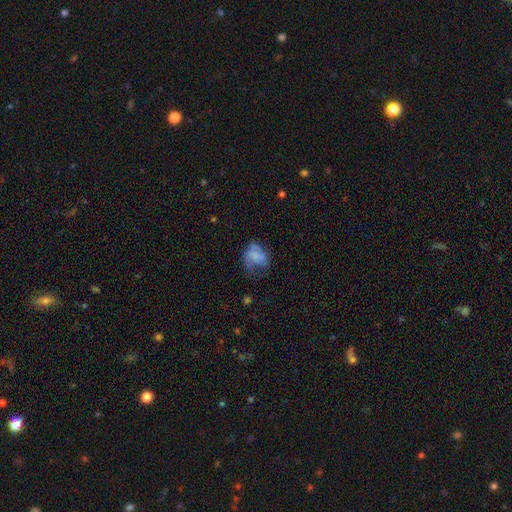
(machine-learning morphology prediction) type=smooth (54%); roundness=in between (60%); merging=major disturbance (36%).